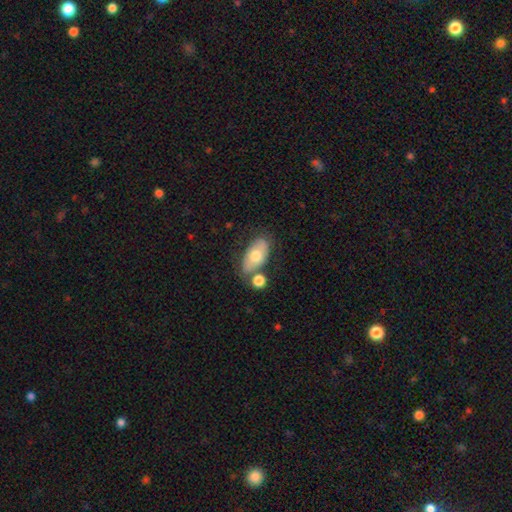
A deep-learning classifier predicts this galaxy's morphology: smooth 64%, featured or disk 29%, star or artifact 7%. Down the decision tree: how rounded — in between (91%); merging — none (59%).